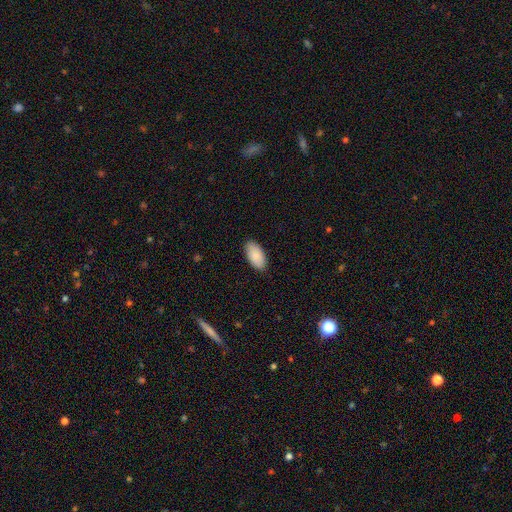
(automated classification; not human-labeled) Smooth or featured? Predicted: smooth (p=0.89). How rounded? Predicted: in between (p=0.96). Merging? Predicted: none (p=0.87).